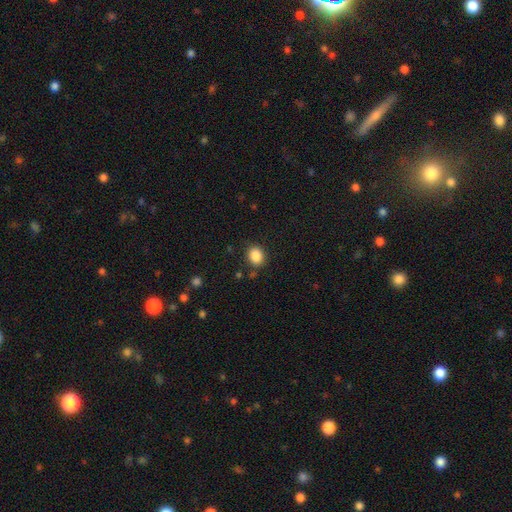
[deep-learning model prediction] Smooth or featured? Predicted: smooth (p=0.87). How rounded? Predicted: round (p=0.52). Merging? Predicted: none (p=0.85).